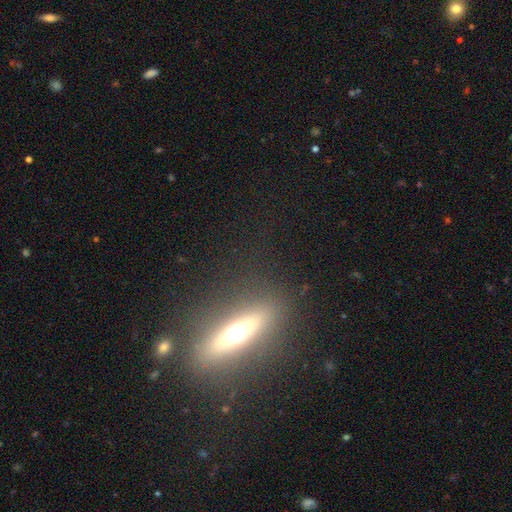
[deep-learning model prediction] smooth-or-featured: featured or disk: 60% | smooth: 29% | star or artifact: 11%
  disk-edge-on: yes: 86% | no: 14%
    edge-on-bulge: rounded: 90% | none: 5% | boxy: 5%
  merging: none: 80% | minor disturbance: 11% | major disturbance: 6% | merger: 3%